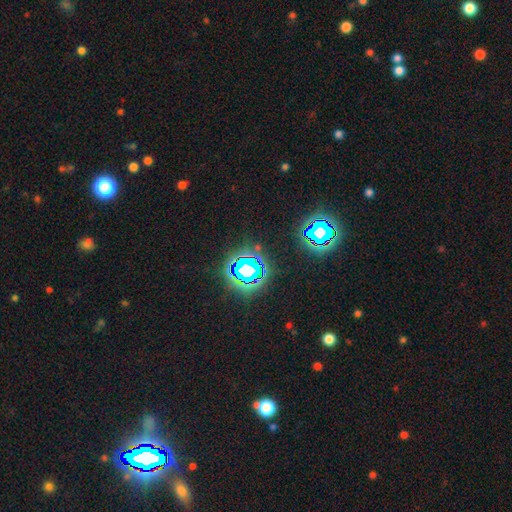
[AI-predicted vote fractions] Q: Smooth or featured?
A: star or artifact (82%); runner-up: smooth (11%)